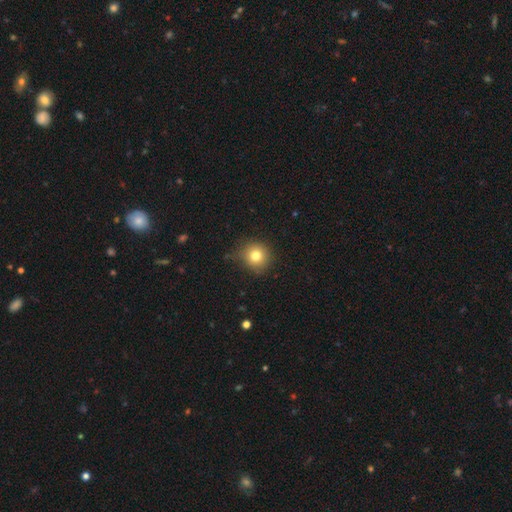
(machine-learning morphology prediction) smooth_or_featured: smooth (p=0.79) [alt: star or artifact p=0.12]
how_rounded: round (p=0.92) [alt: in between p=0.07]
merging: none (p=0.80) [alt: minor disturbance p=0.14]